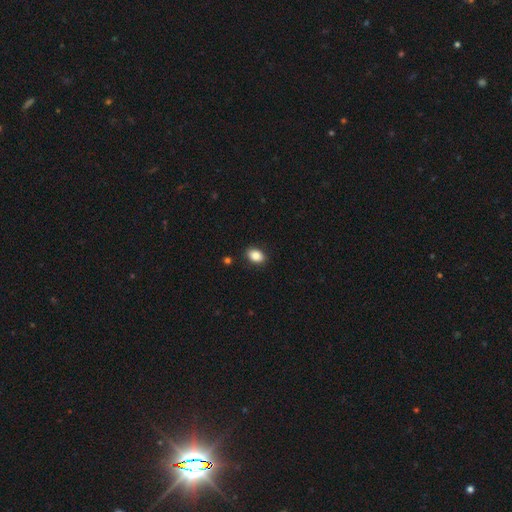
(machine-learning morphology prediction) Overall: smooth (85%). How rounded: in between (81%). Merging: none (89%).